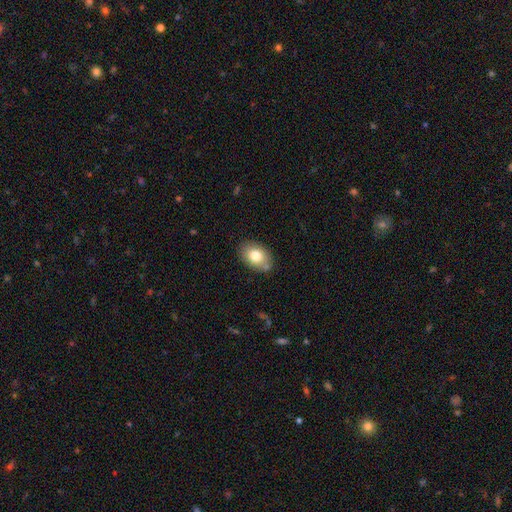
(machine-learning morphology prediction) smooth-or-featured: smooth: 79% | featured or disk: 13% | star or artifact: 8%
  how-rounded: in between: 81% | round: 18% | cigar-shaped: 1%
  merging: none: 78% | minor disturbance: 14% | merger: 5% | major disturbance: 3%